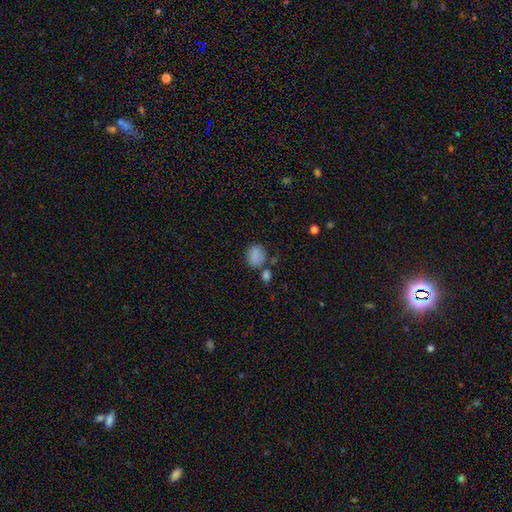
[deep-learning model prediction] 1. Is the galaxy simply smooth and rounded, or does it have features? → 83% smooth, 10% star or artifact, 7% featured or disk.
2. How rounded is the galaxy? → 54% round, 45% in between, 1% cigar-shaped.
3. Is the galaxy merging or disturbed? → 58% none, 19% minor disturbance, 16% merger, 7% major disturbance.